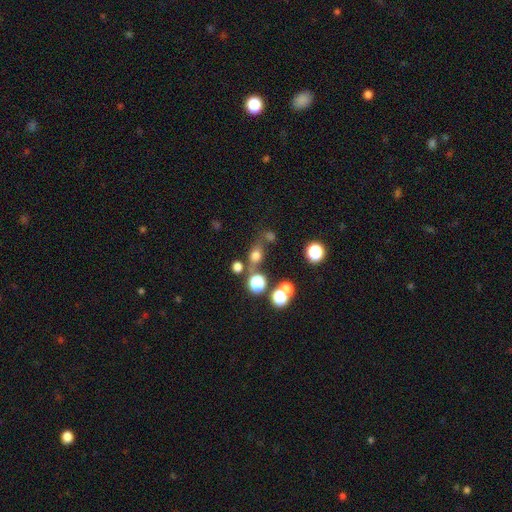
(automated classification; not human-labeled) This appears to be a smooth galaxy with no disk features (63%) that is round (52%). Merging: none (61%).